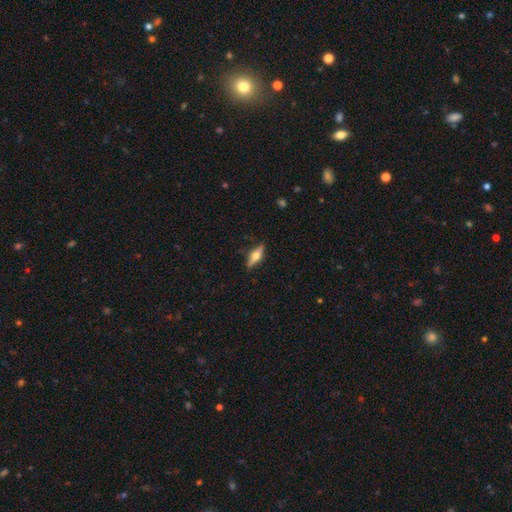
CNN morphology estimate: Smooth or featured? Predicted: featured or disk (p=0.65). Edge-on disk? Predicted: yes (p=0.96). Edge-on bulge? Predicted: rounded (p=0.93). Merging? Predicted: none (p=0.85).